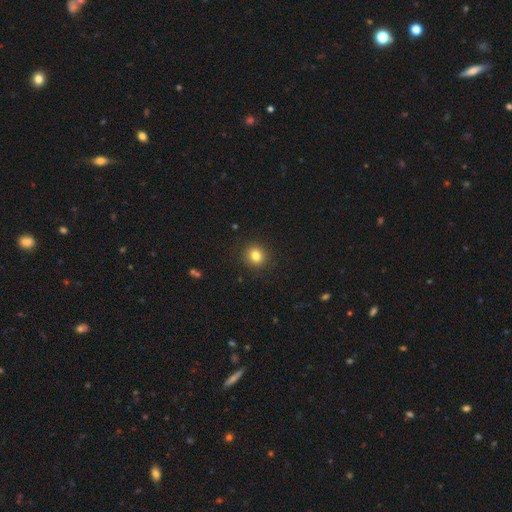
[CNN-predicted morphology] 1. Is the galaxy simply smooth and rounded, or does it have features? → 82% smooth, 12% star or artifact, 6% featured or disk.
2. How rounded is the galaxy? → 84% round, 15% in between, 1% cigar-shaped.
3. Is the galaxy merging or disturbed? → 91% none, 6% minor disturbance, 2% major disturbance, 1% merger.